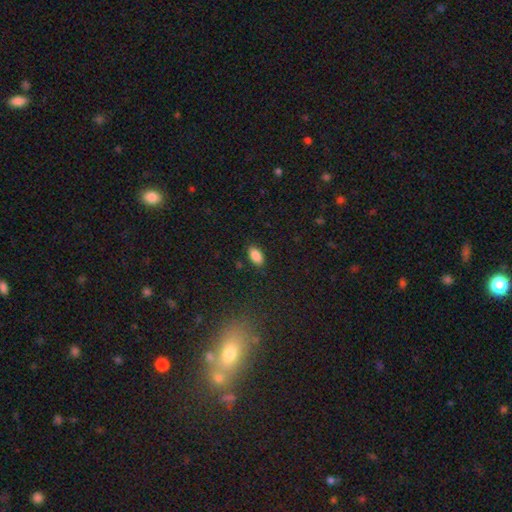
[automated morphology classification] Smooth or featured: smooth — 88% (star or artifact — 8%)
How rounded: in between — 93% (round — 4%)
Merging: none — 87% (minor disturbance — 10%)